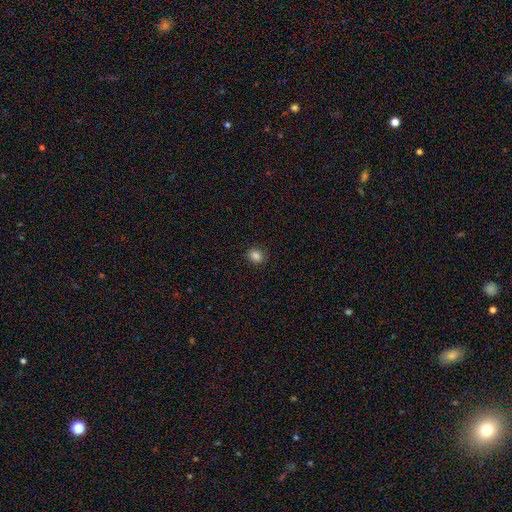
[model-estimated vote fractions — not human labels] The model was most divided on "how rounded": round: 63%, in between: 36%, cigar-shaped: 1%. More confident: merging — none (90%); smooth or featured — smooth (85%).